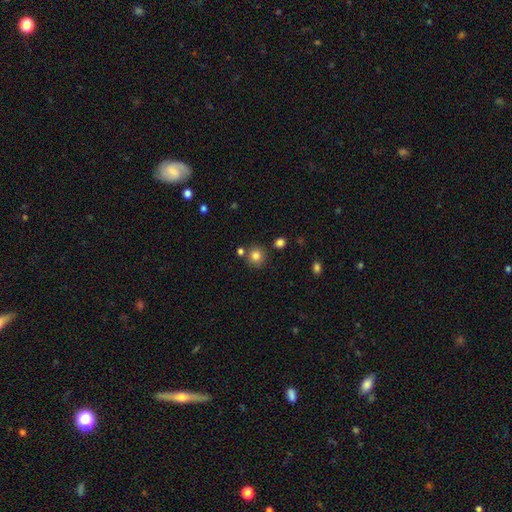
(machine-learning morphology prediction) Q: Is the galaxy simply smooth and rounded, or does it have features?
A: smooth — 82%.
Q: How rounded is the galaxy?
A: round — 90%.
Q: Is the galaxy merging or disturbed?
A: none — 79%.